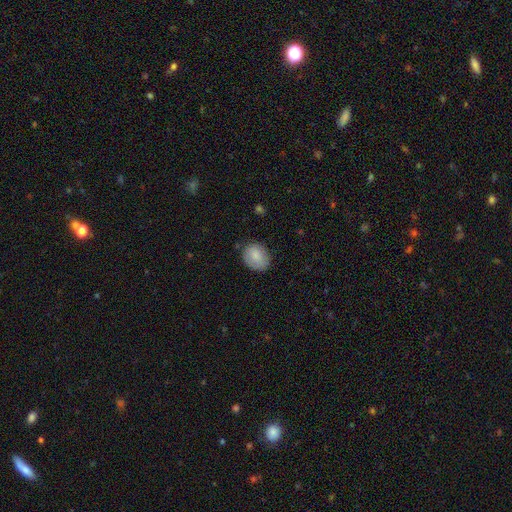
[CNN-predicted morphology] smooth 83%, featured or disk 10%, star or artifact 7%. Down the decision tree: how rounded — in between (53%); merging — none (77%).